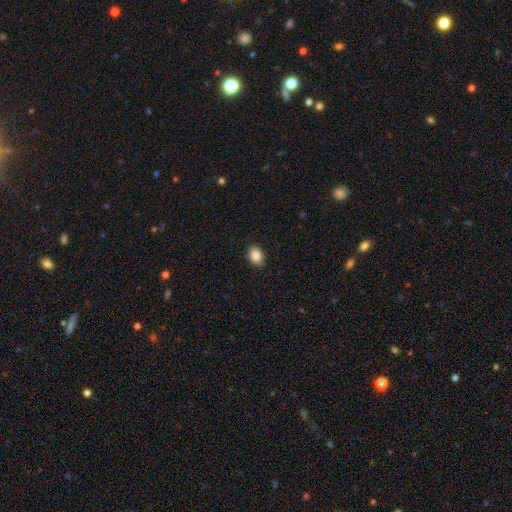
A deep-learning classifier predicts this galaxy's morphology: A smooth galaxy with no disk features (87%) that is in between round and cigar-shaped (80%).

Vote fractions:
- Smooth or featured? smooth: 87% / star or artifact: 8% / featured or disk: 5%
- How rounded? in between: 80% / round: 19% / cigar-shaped: 1%
- Merging? none: 88% / minor disturbance: 9% / major disturbance: 2% / merger: 1%